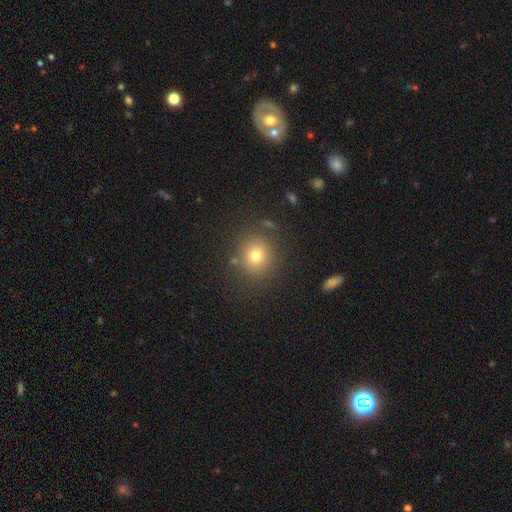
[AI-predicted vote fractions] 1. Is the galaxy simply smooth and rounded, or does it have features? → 74% smooth, 16% star or artifact, 10% featured or disk.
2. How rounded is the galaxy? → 86% round, 13% in between, 1% cigar-shaped.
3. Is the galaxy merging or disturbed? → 84% none, 9% minor disturbance, 4% major disturbance, 3% merger.